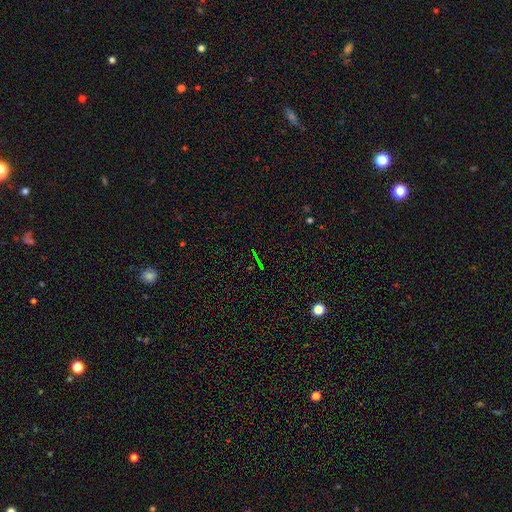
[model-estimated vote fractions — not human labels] star or artifact 72%, smooth 15%, featured or disk 13%.